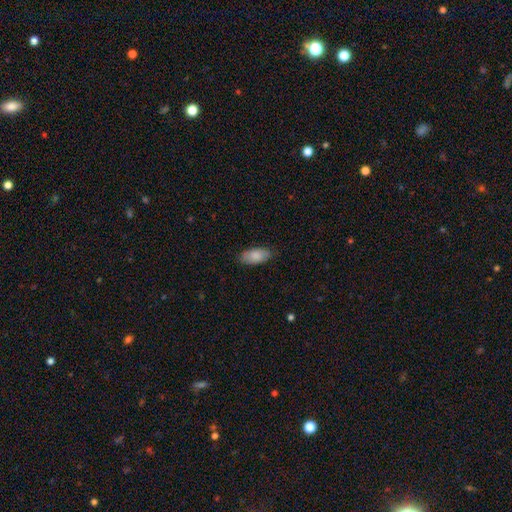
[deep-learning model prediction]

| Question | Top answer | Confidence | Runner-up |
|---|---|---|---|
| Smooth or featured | smooth | 86% | featured or disk (8%) |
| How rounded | in between | 90% | cigar-shaped (8%) |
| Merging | none | 82% | minor disturbance (14%) |